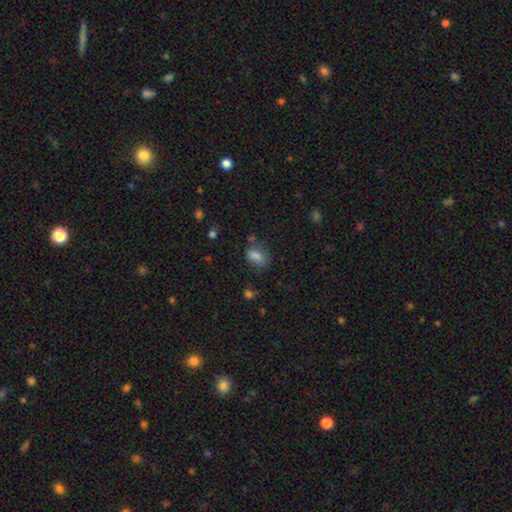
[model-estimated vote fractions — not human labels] This is likely a smooth galaxy (80%). How rounded: clearly in between (81%). Merging: likely none (61%).